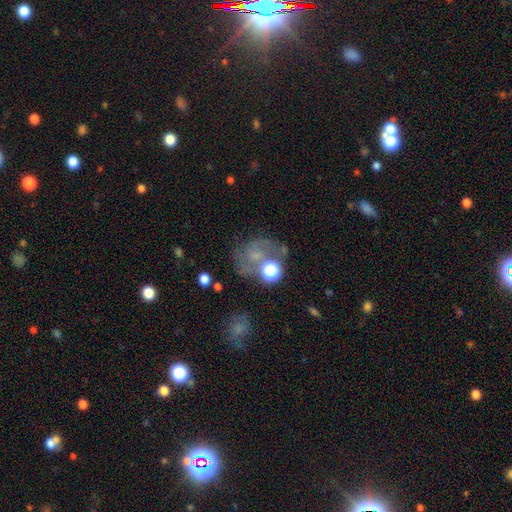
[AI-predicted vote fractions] This appears to be a featured or disk galaxy (48%). Merging: none (52%).